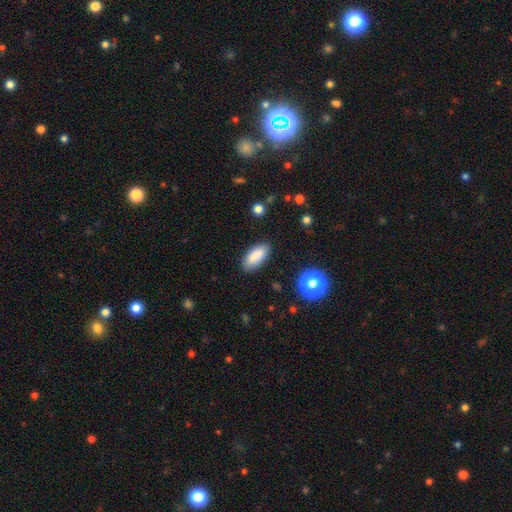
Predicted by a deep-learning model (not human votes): Smooth or featured?
  - smooth: 87% *
  - star or artifact: 7%
  - featured or disk: 6%
How rounded?
  - in between: 85% *
  - cigar-shaped: 13%
  - round: 2%
Merging?
  - none: 85% *
  - minor disturbance: 11%
  - major disturbance: 3%
  - merger: 2%